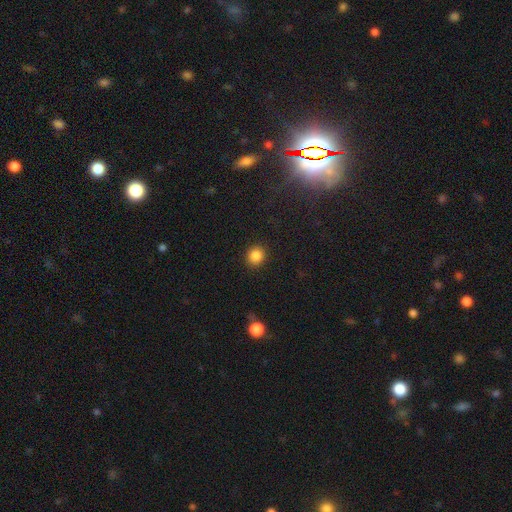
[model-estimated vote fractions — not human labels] This appears to be a smooth galaxy with no disk features (86%) that is round (87%). Merging: none (91%).